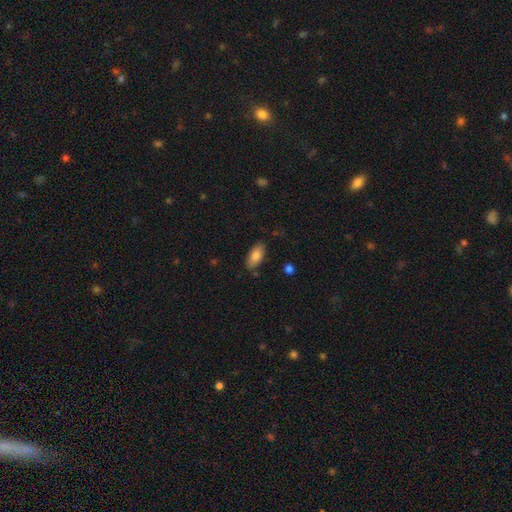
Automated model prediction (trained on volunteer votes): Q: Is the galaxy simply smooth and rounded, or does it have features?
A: smooth — 83%.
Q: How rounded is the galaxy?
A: in between — 89%.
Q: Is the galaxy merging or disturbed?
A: none — 83%.